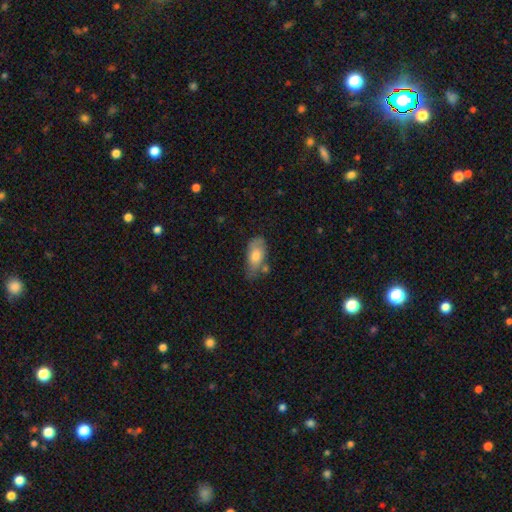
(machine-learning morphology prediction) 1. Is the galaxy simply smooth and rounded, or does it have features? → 70% smooth, 24% featured or disk, 7% star or artifact.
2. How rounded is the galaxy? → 90% in between, 6% cigar-shaped, 4% round.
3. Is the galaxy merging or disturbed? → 48% none, 34% minor disturbance, 10% major disturbance, 9% merger.